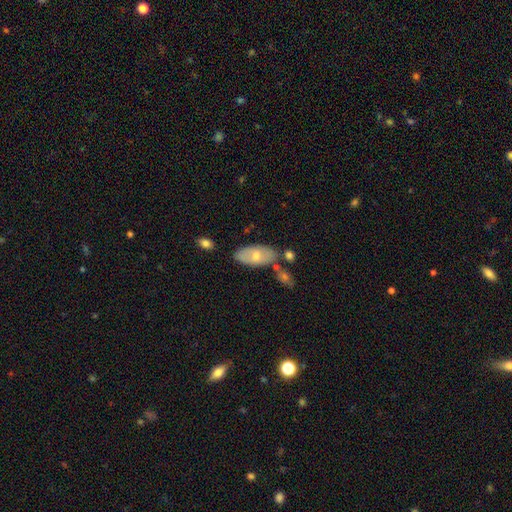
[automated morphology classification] The model was most divided on "smooth or featured": smooth: 64%, featured or disk: 30%, star or artifact: 6%. More confident: how rounded — in between (92%); merging — none (69%).